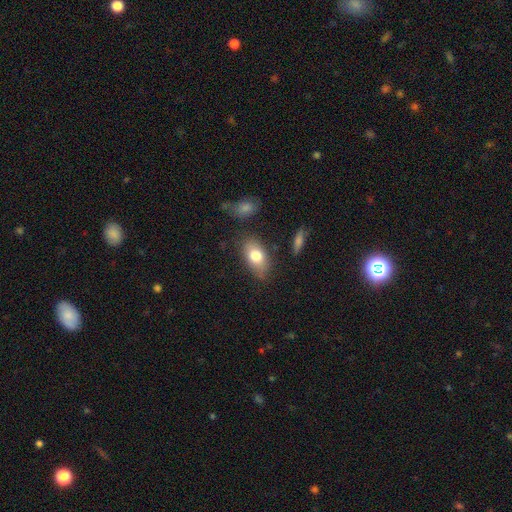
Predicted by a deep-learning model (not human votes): Smooth or featured: smooth — 75% (featured or disk — 17%)
How rounded: in between — 88% (round — 8%)
Merging: none — 75% (minor disturbance — 17%)